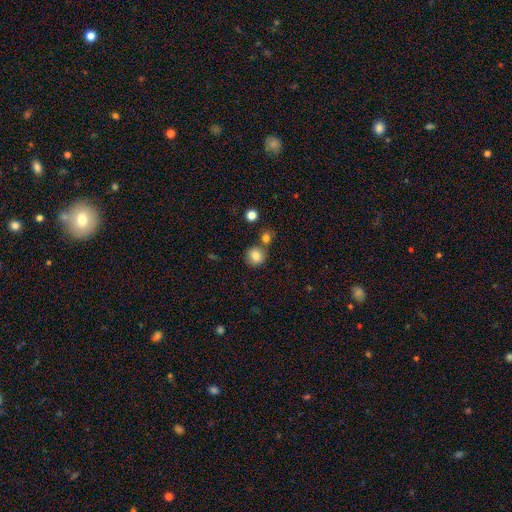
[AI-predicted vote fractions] Overall: smooth (82%). How rounded: round (87%). Merging: none (72%).